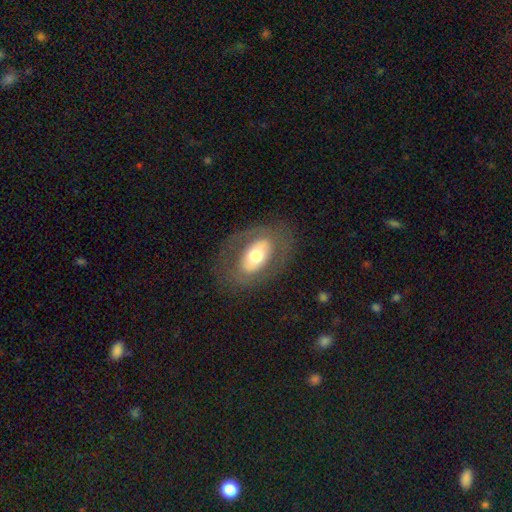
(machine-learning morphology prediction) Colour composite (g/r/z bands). It shows a featured or disk galaxy (49%). Merging: none (77%).